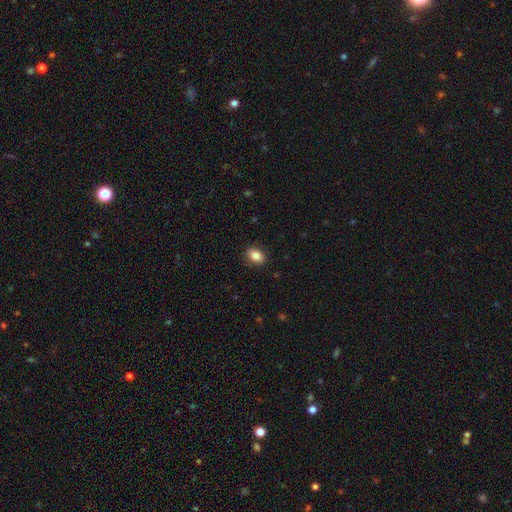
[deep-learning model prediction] The model was most divided on "how rounded": in between: 70%, round: 29%, cigar-shaped: 1%. More confident: merging — none (88%); smooth or featured — smooth (85%).